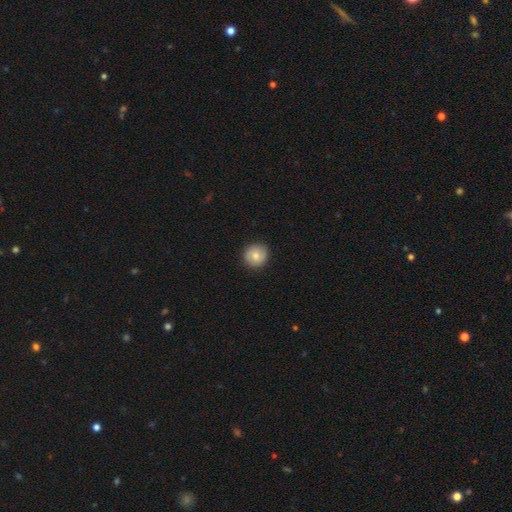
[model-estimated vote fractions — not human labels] A smooth galaxy with no disk features (78%) that is round (92%).

Vote fractions:
- Smooth or featured? smooth: 78% / featured or disk: 14% / star or artifact: 8%
- How rounded? round: 92% / in between: 7% / cigar-shaped: 1%
- Merging? none: 88% / minor disturbance: 9% / major disturbance: 2% / merger: 1%